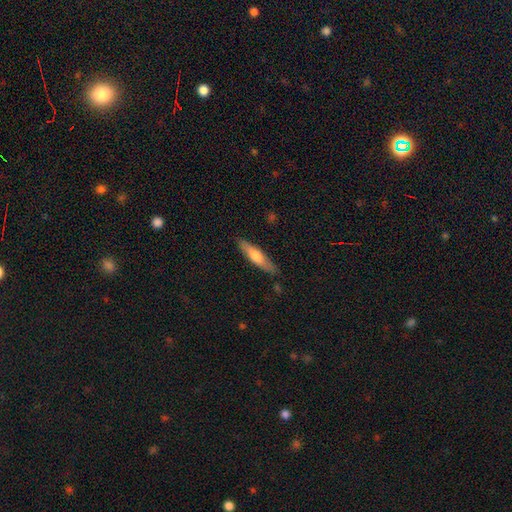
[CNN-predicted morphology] smooth-or-featured: smooth: 58% | featured or disk: 36% | star or artifact: 5%
  how-rounded: cigar-shaped: 75% | in between: 23% | round: 2%
  merging: none: 85% | minor disturbance: 11% | major disturbance: 2% | merger: 2%